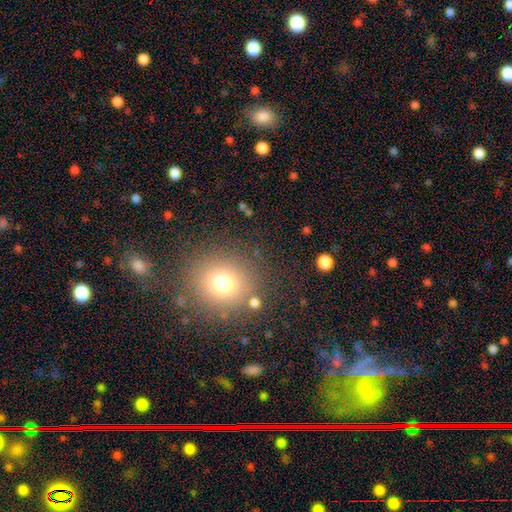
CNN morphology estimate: smooth 47%, star or artifact 42%, featured or disk 11%. Down the decision tree: merging — none (86%).